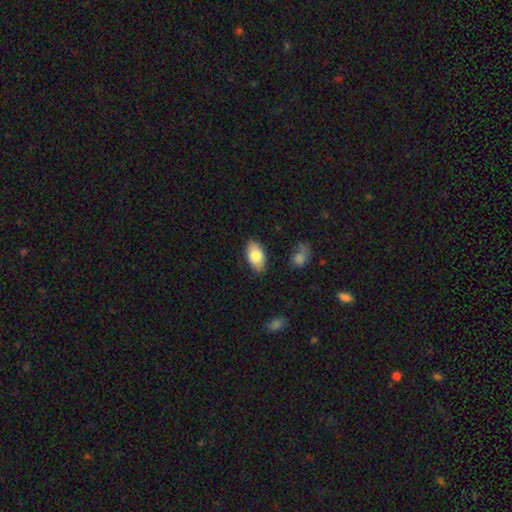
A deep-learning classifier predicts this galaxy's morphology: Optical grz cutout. It shows a smooth galaxy with no disk features (79%) that is in between round and cigar-shaped (93%). Merging: none (83%).